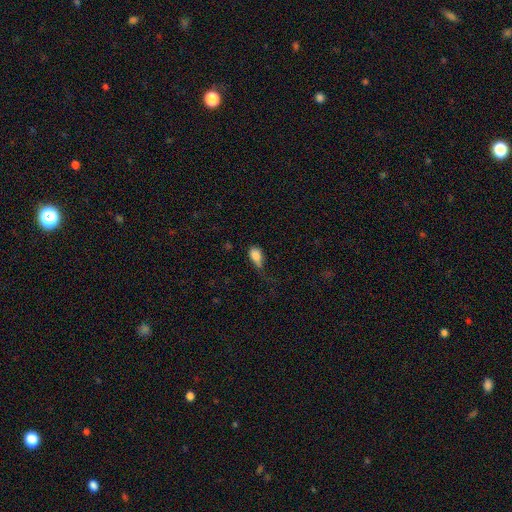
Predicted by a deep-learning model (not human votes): A smooth galaxy with no disk features (82%) that is in between round and cigar-shaped (85%).

Vote fractions:
- Smooth or featured? smooth: 82% / featured or disk: 9% / star or artifact: 9%
- How rounded? in between: 85% / round: 10% / cigar-shaped: 4%
- Merging? minor disturbance: 36% / none: 30% / major disturbance: 30% / merger: 4%